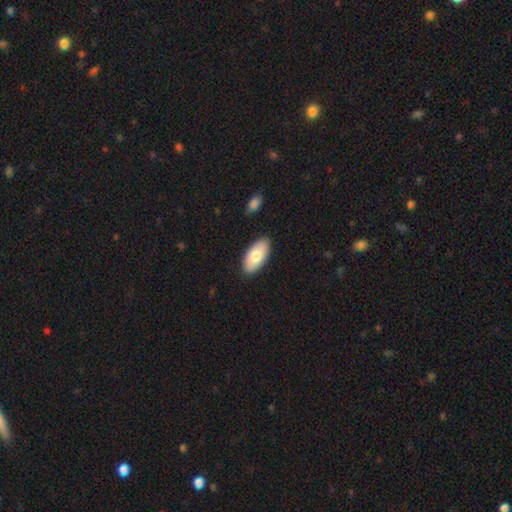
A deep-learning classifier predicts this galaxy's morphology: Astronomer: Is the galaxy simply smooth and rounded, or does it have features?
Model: smooth — 80%.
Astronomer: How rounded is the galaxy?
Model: in between — 94%.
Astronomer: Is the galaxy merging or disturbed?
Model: none — 87%.